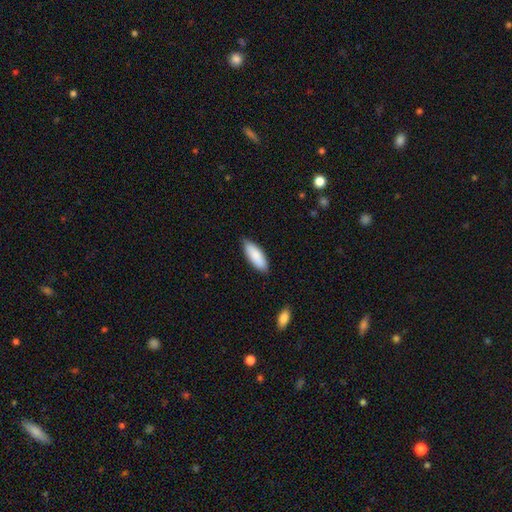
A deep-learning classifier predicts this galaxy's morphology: smooth_or_featured: smooth (p=0.87) [alt: featured or disk p=0.08]
how_rounded: in between (p=0.70) [alt: cigar-shaped p=0.29]
merging: none (p=0.83) [alt: minor disturbance p=0.14]